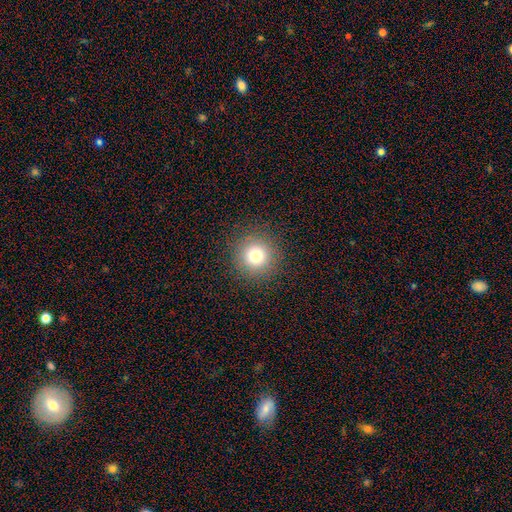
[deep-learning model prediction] This is likely a smooth galaxy (77%). How rounded: clearly round (95%). Merging: clearly none (90%).